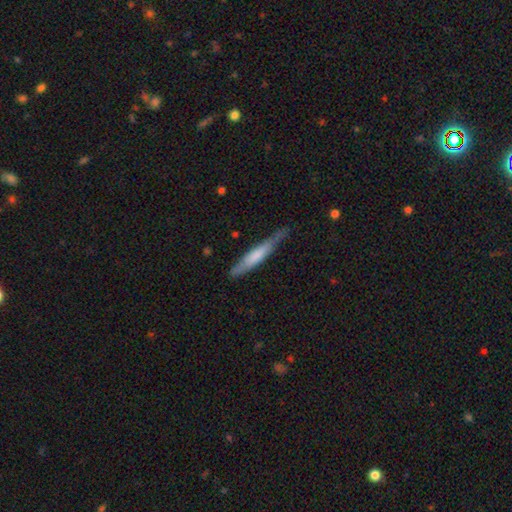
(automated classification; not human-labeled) Smooth or featured?
  - smooth: 58% *
  - featured or disk: 37%
  - star or artifact: 5%
How rounded?
  - cigar-shaped: 91% *
  - in between: 7%
  - round: 1%
Merging?
  - none: 70% *
  - minor disturbance: 23%
  - major disturbance: 4%
  - merger: 2%